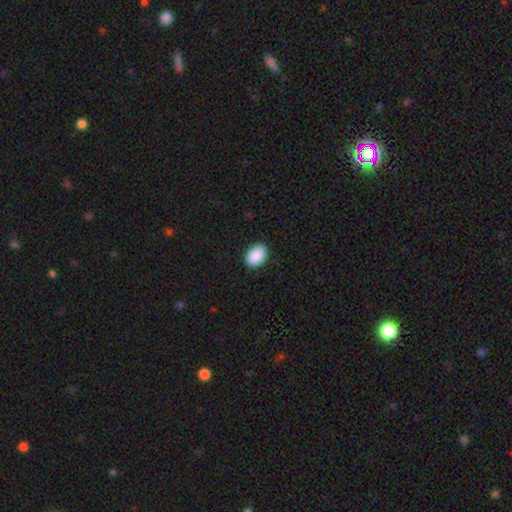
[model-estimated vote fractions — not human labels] Smooth or featured? smooth (90%)
How rounded? in between (83%)
Merging? none (86%)